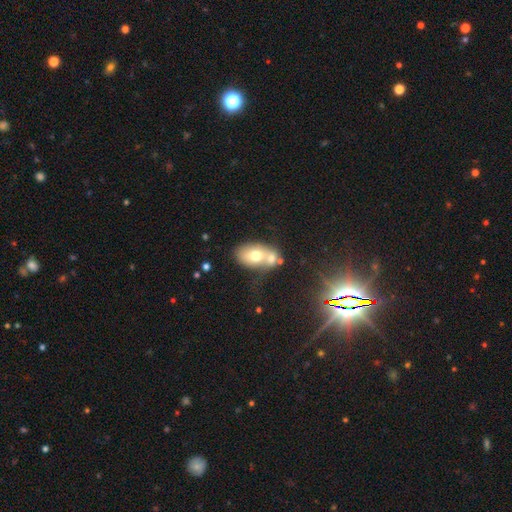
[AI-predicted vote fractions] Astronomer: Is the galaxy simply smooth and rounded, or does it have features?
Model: smooth — 65%.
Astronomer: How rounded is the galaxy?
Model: in between — 82%.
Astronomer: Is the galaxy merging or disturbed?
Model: merger — 51% (runner-up: none, 31%).